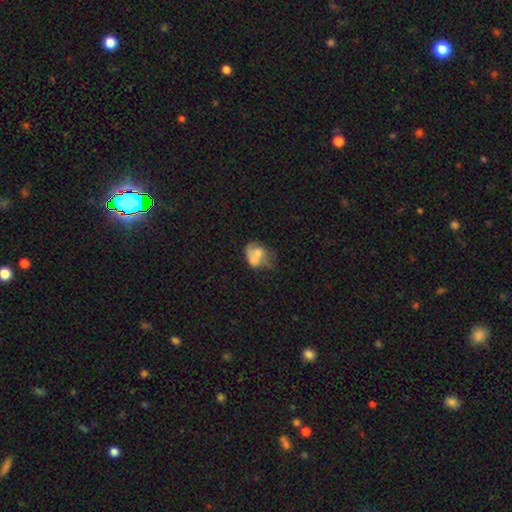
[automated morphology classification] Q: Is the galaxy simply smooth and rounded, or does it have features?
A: smooth — 58%.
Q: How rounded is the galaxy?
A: in between — 64%.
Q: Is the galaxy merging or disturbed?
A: merger — 37%.